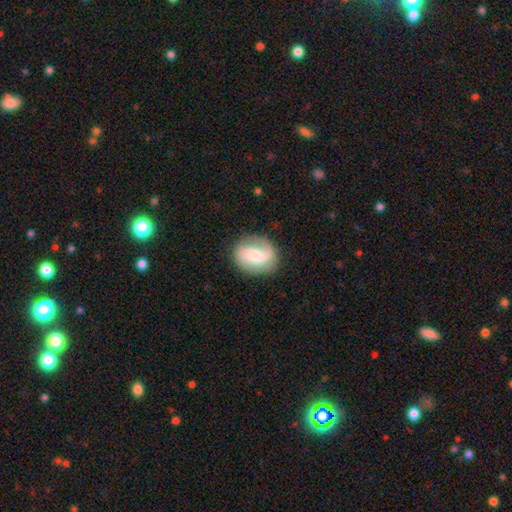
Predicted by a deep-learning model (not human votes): Smooth or featured? featured or disk (52%)
Edge-on disk? no (97%)
Bar? weak (46%)
Spiral arms? yes (83%)
Bulge size? moderate (32%)
Merging? none (71%)